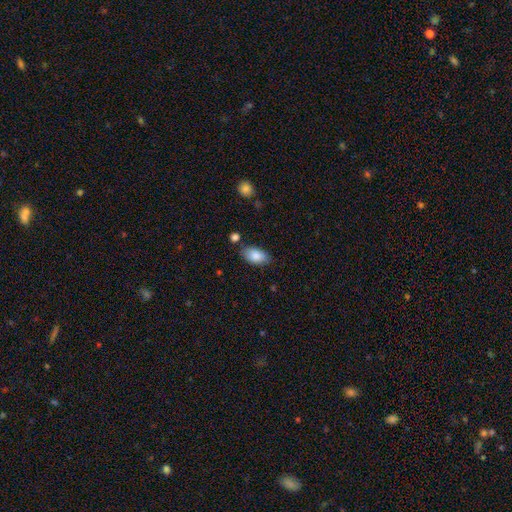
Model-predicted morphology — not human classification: Smooth or featured?
  - smooth: 86% *
  - featured or disk: 8%
  - star or artifact: 7%
How rounded?
  - in between: 93% *
  - round: 3%
  - cigar-shaped: 3%
Merging?
  - none: 79% *
  - minor disturbance: 14%
  - merger: 4%
  - major disturbance: 3%